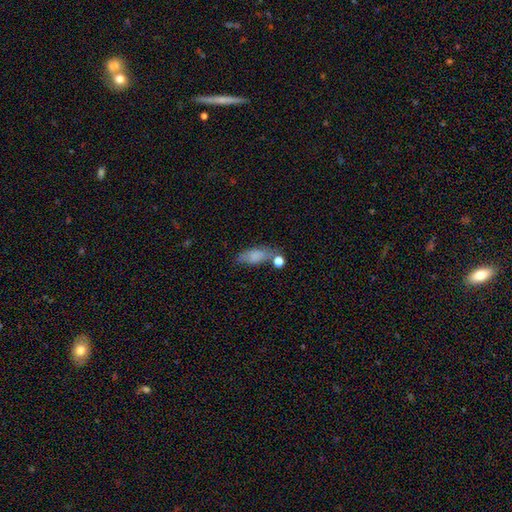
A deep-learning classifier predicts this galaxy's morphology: smooth-or-featured: smooth: 74% | featured or disk: 17% | star or artifact: 9%
  how-rounded: in between: 73% | cigar-shaped: 22% | round: 5%
  merging: none: 52% | minor disturbance: 23% | merger: 15% | major disturbance: 10%